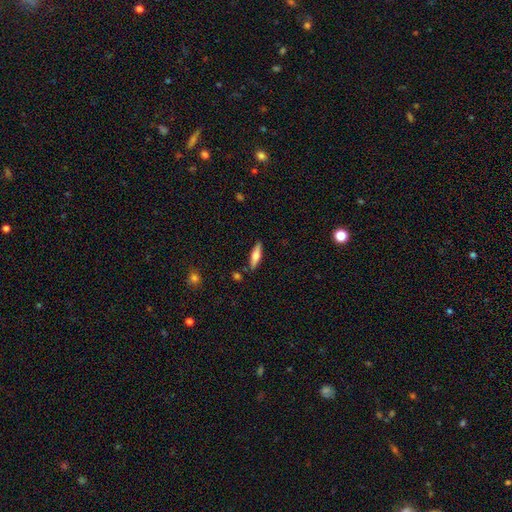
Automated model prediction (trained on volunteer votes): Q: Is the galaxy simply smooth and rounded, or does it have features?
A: smooth — 59%.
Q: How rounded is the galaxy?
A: cigar-shaped — 65%.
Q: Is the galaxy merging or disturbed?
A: none — 86%.